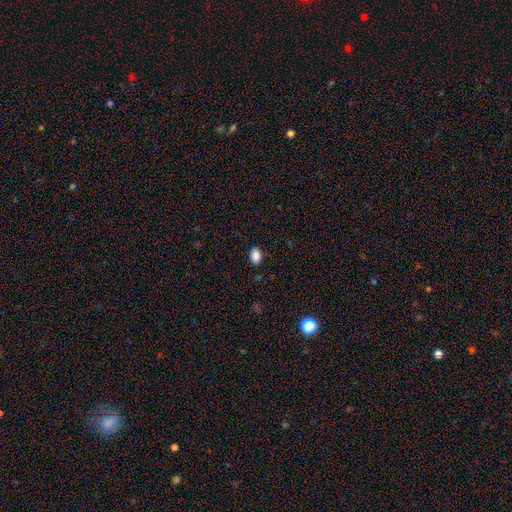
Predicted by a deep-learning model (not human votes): smooth 88%, star or artifact 9%, featured or disk 3%. Down the decision tree: how rounded — in between (86%); merging — none (86%).